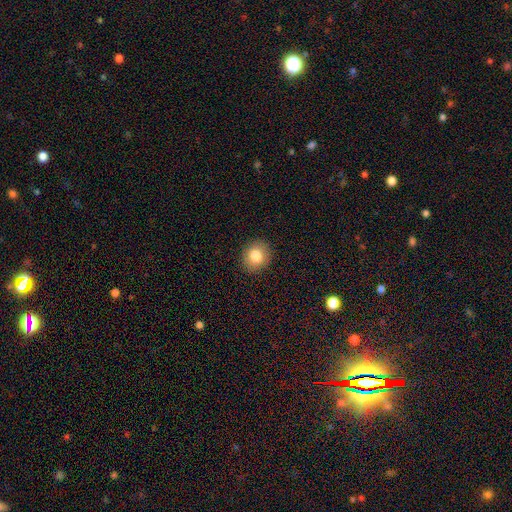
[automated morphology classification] This is clearly a smooth galaxy (82%). How rounded: likely round (76%). Merging: clearly none (91%).